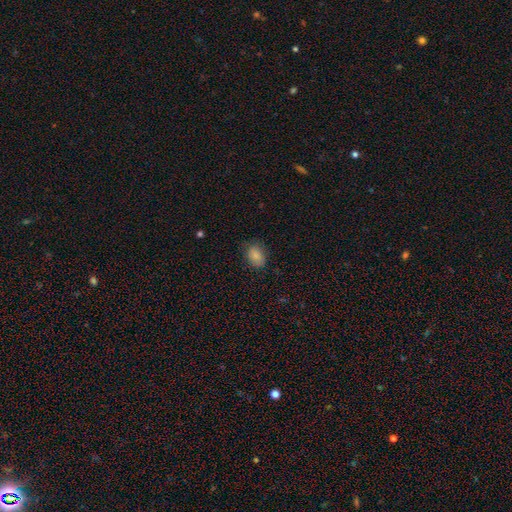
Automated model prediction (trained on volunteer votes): smooth-or-featured: smooth: 85% | star or artifact: 8% | featured or disk: 6%
  how-rounded: in between: 73% | round: 26% | cigar-shaped: 1%
  merging: none: 78% | minor disturbance: 17% | major disturbance: 4% | merger: 1%